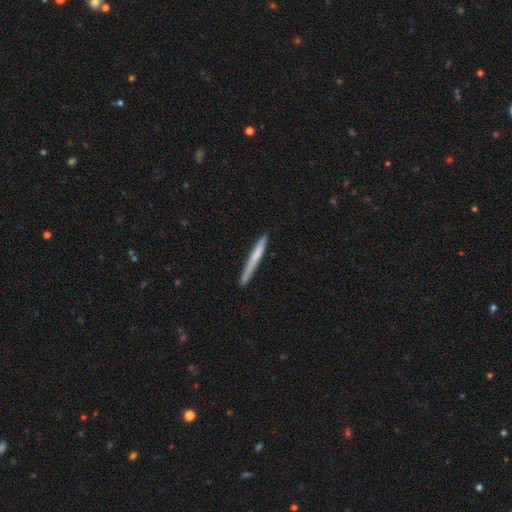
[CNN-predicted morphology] Smooth or featured? smooth (63%)
How rounded? cigar-shaped (97%)
Merging? none (85%)